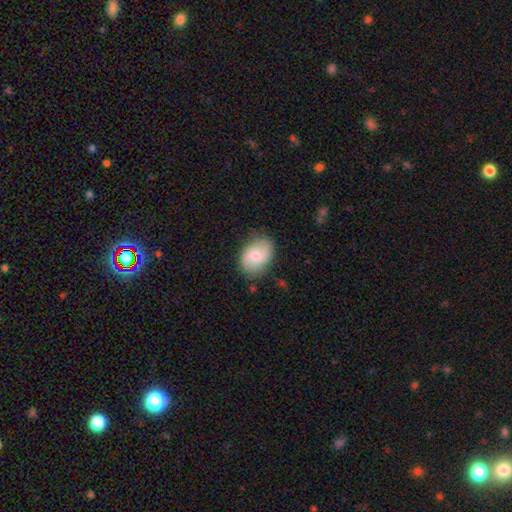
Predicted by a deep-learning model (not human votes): The model was most divided on "smooth or featured": smooth: 48%, featured or disk: 45%, star or artifact: 7%. More confident: merging — none (78%).